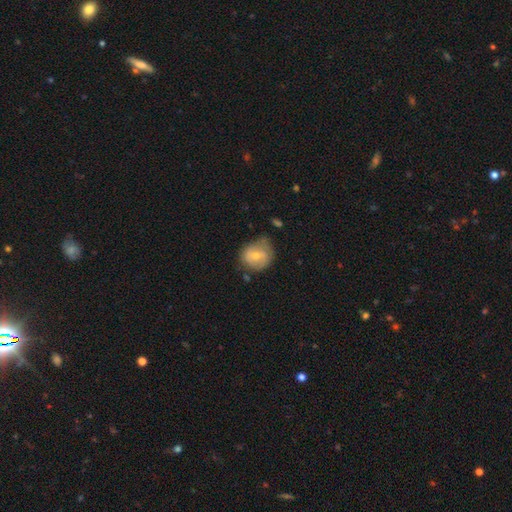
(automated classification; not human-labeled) smooth_or_featured: smooth (p=0.58) [alt: featured or disk p=0.35]
how_rounded: round (p=0.66) [alt: in between p=0.33]
merging: none (p=0.51) [alt: minor disturbance p=0.32]